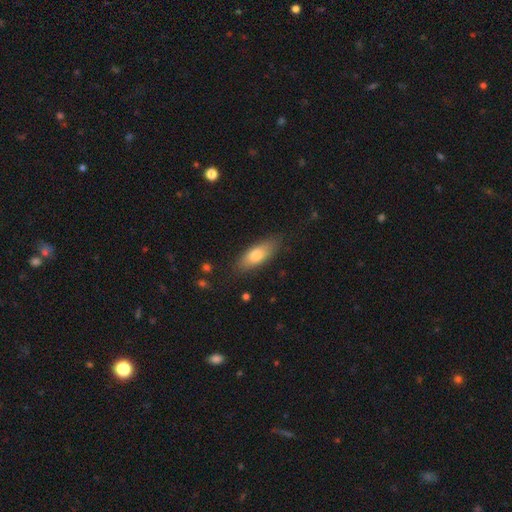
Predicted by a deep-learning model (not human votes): Morphology: type=smooth (75%); roundness=in between (72%); merging=none (82%).